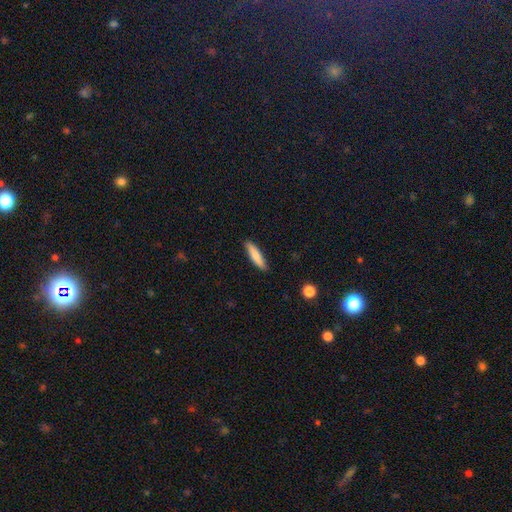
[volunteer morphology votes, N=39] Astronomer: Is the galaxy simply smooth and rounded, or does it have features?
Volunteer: smooth — 79%.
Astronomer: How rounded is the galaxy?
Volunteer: cigar-shaped — 84%.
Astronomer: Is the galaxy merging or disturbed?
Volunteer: none — 92%.